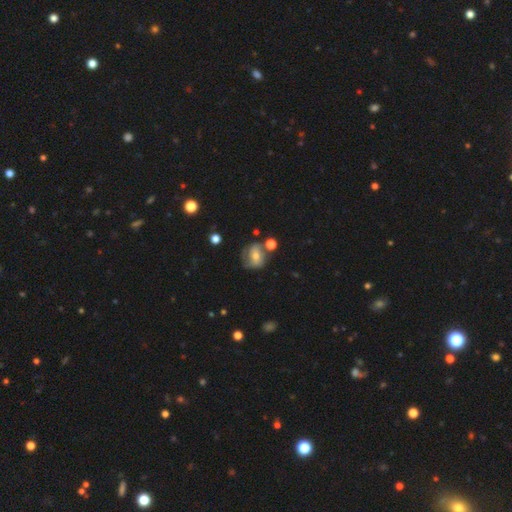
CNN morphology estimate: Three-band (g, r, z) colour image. It shows a featured or disk galaxy (46%). Merging: none (48%).